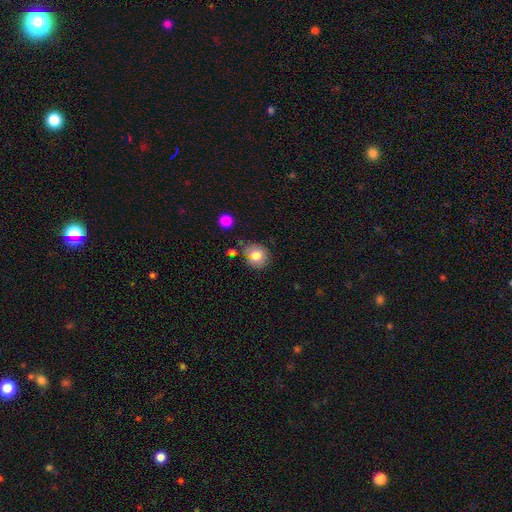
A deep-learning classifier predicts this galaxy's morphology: smooth-or-featured: smooth: 81% | star or artifact: 10% | featured or disk: 9%
  how-rounded: round: 79% | in between: 20% | cigar-shaped: 1%
  merging: none: 72% | minor disturbance: 17% | merger: 7% | major disturbance: 4%